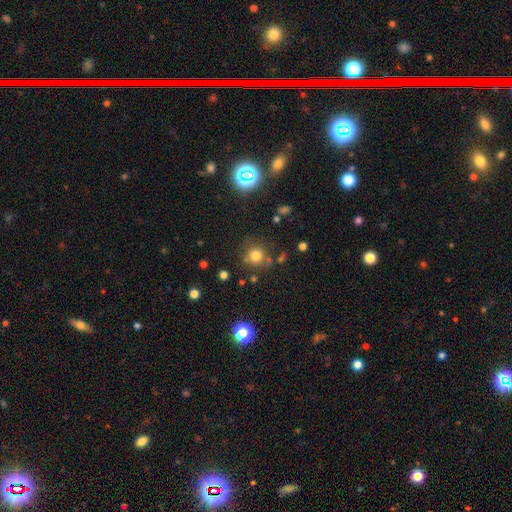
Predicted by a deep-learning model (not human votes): smooth 75%, star or artifact 17%, featured or disk 8%. Down the decision tree: how rounded — round (91%); merging — none (75%).